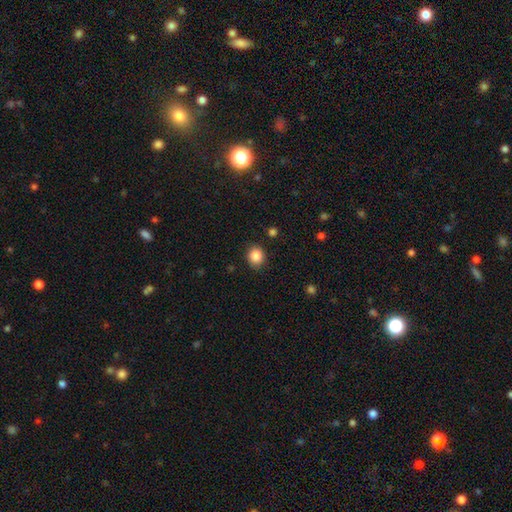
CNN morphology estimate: A smooth galaxy with no disk features (86%) that is round (75%).

Vote fractions:
- Smooth or featured? smooth: 86% / star or artifact: 10% / featured or disk: 4%
- How rounded? round: 75% / in between: 25% / cigar-shaped: 1%
- Merging? none: 89% / minor disturbance: 7% / major disturbance: 2% / merger: 1%